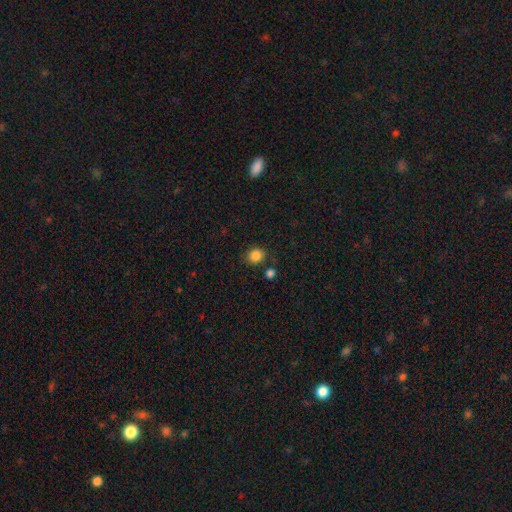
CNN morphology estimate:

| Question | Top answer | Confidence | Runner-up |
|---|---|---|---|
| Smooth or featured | smooth | 85% | star or artifact (11%) |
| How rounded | round | 76% | in between (23%) |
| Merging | none | 79% | minor disturbance (11%) |